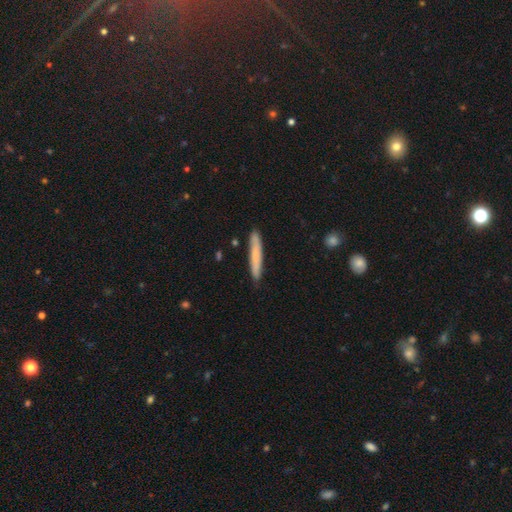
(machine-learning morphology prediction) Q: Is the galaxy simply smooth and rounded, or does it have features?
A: smooth — 72%.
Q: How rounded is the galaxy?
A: cigar-shaped — 95%.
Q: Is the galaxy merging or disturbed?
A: none — 87%.